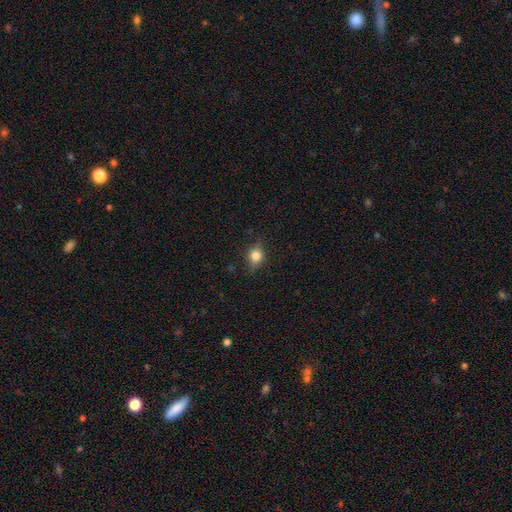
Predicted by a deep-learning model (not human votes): Overall: smooth (75%). How rounded: round (65%; in between 33%). Merging: none (79%).